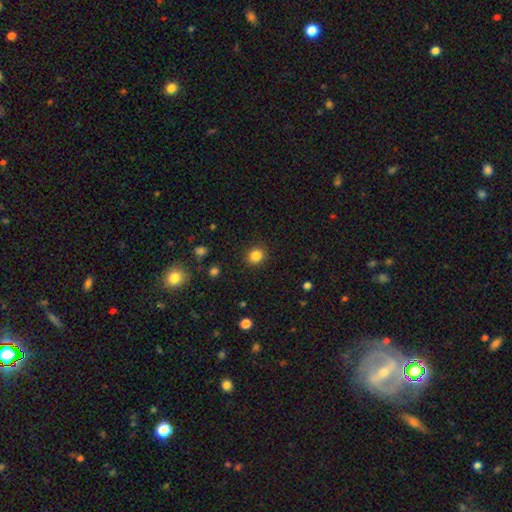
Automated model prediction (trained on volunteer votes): Smooth or featured? Predicted: smooth (p=0.85). How rounded? Predicted: round (p=0.71). Merging? Predicted: none (p=0.89).